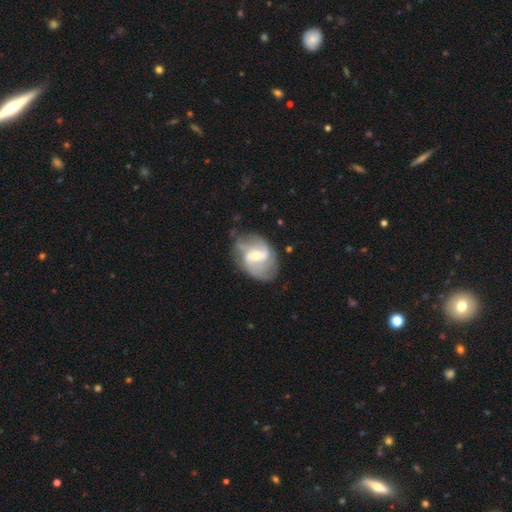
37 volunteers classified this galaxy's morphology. Overall: featured or disk (81%). Edge-on disk: no (100%). Bar: weak (67%). Spiral arms: yes (97%). Spiral arm count: 2 (59%; 3 24%). Spiral winding: medium (45%; loose 38%). Bulge size: moderate (50%; small 47%). Merging: none (57%; minor disturbance 29%).